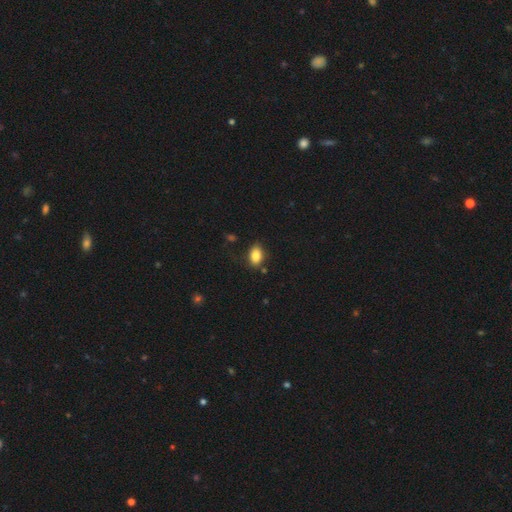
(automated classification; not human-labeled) Smooth or featured?
  - smooth: 85% *
  - star or artifact: 9%
  - featured or disk: 6%
How rounded?
  - in between: 83% *
  - round: 15%
  - cigar-shaped: 2%
Merging?
  - none: 78% *
  - minor disturbance: 15%
  - major disturbance: 4%
  - merger: 3%